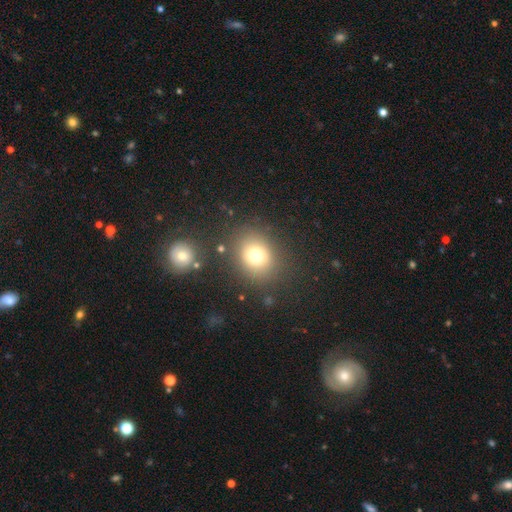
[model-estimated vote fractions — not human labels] A smooth galaxy with no disk features (76%) that is round (65%).

Vote fractions:
- Smooth or featured? smooth: 76% / star or artifact: 14% / featured or disk: 11%
- How rounded? round: 65% / in between: 34% / cigar-shaped: 1%
- Merging? none: 80% / minor disturbance: 10% / merger: 5% / major disturbance: 5%